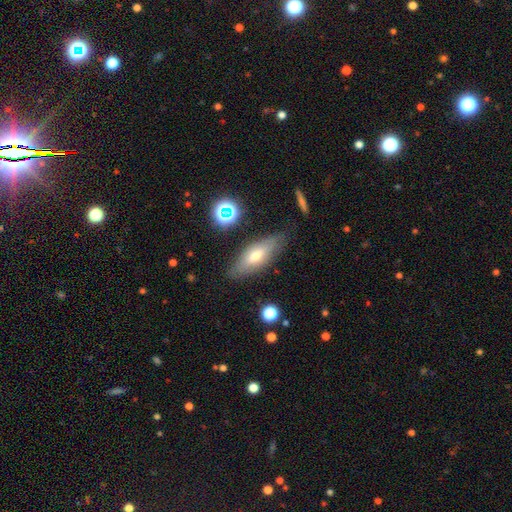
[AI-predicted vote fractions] Smooth or featured? Predicted: smooth (p=0.54). How rounded? Predicted: in between (p=0.63). Merging? Predicted: none (p=0.78).